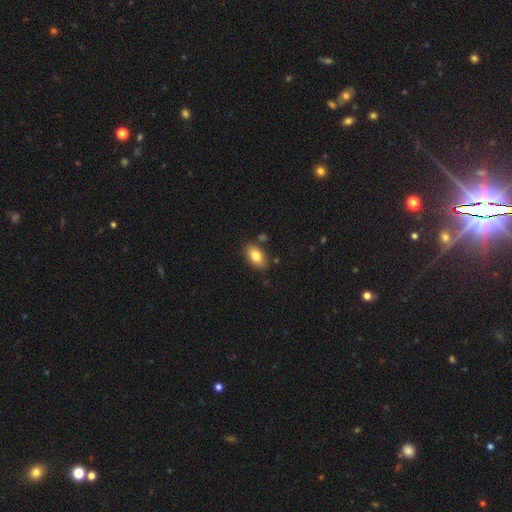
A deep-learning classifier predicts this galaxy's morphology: Smooth or featured? smooth (83%)
How rounded? in between (91%)
Merging? none (82%)